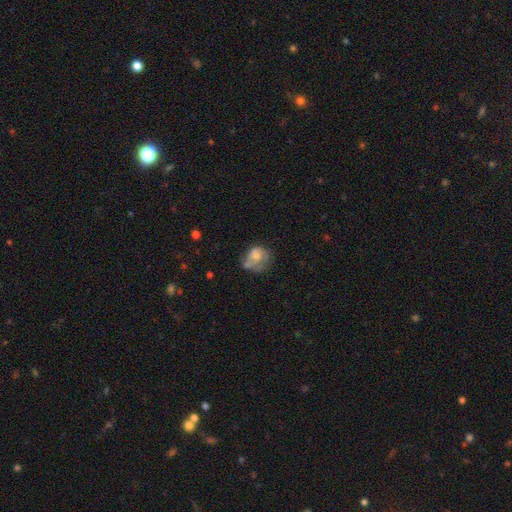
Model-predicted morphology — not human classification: A smooth galaxy with no disk features (53%) that is round (59%). Merging: none (35%).